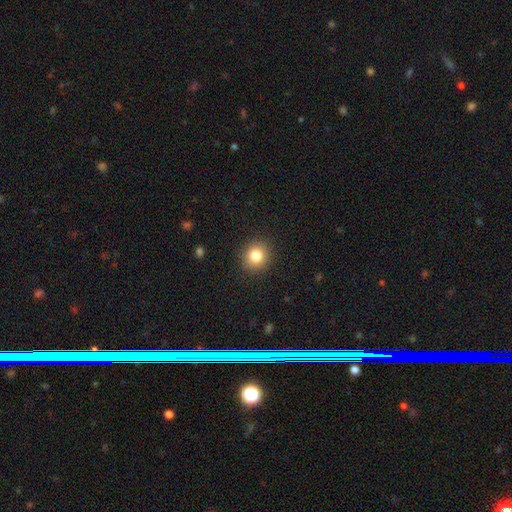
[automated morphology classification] A smooth galaxy with no disk features (82%) that is round (86%). Merging: none (90%).